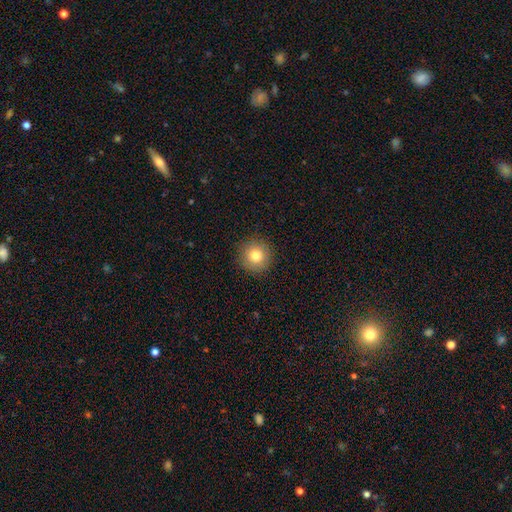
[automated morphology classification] smooth_or_featured: smooth (p=0.80) [alt: star or artifact p=0.11]
how_rounded: round (p=0.95) [alt: in between p=0.04]
merging: none (p=0.91) [alt: minor disturbance p=0.06]